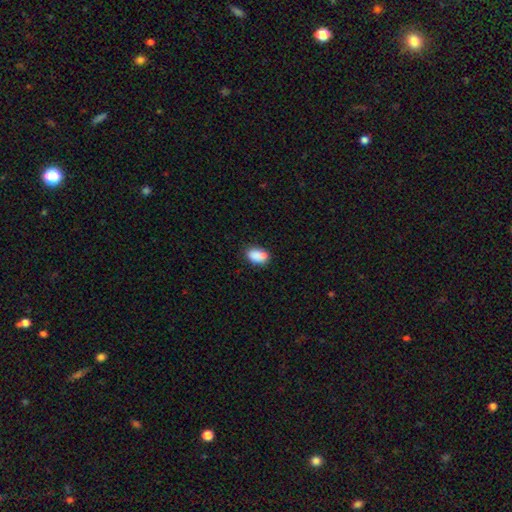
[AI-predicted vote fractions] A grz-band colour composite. It shows a smooth galaxy with no disk features (85%) that is in between round and cigar-shaped (86%). Merging: none (65%).